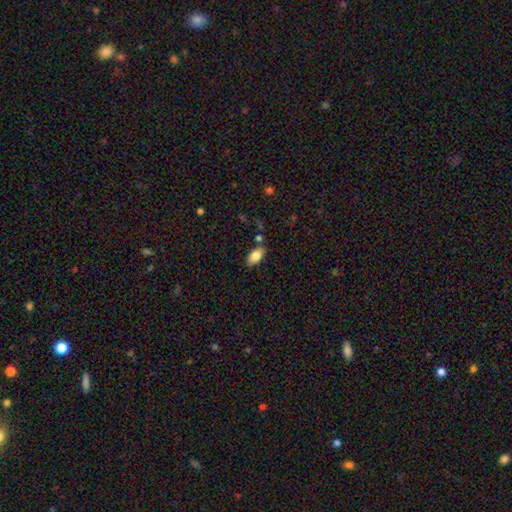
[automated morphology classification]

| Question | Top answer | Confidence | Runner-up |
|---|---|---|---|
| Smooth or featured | smooth | 82% | featured or disk (10%) |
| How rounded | in between | 93% | cigar-shaped (4%) |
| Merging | none | 79% | minor disturbance (13%) |